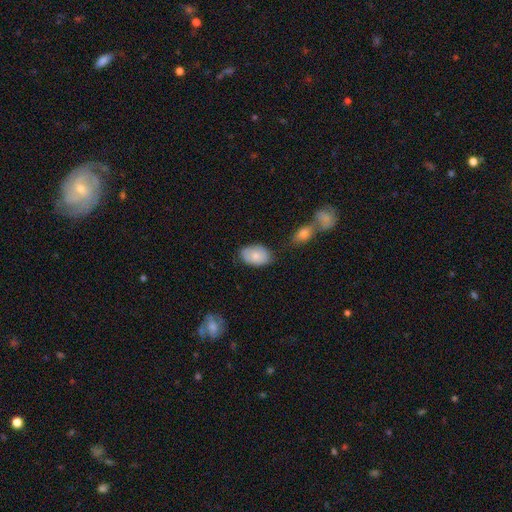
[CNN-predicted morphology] Overall: smooth (79%). How rounded: in between (88%). Merging: none (73%).